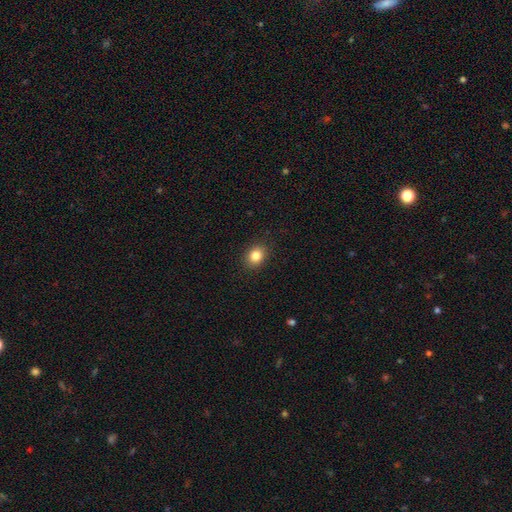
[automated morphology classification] Overall: smooth (83%). How rounded: round (53%; in between 46%). Merging: none (89%).